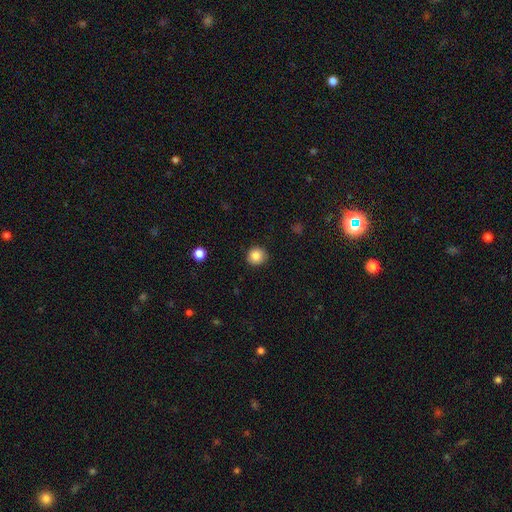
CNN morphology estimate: Smooth or featured? smooth (85%)
How rounded? round (90%)
Merging? none (89%)